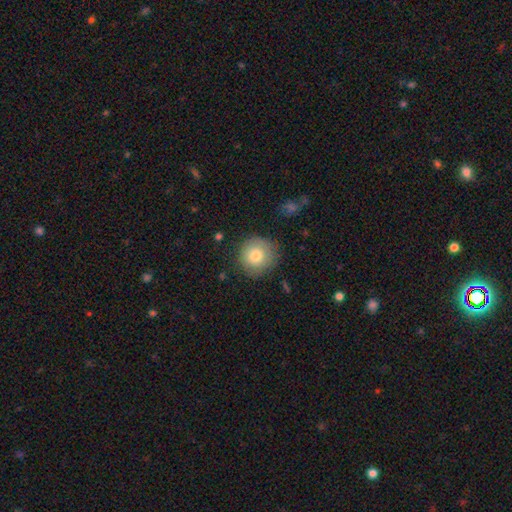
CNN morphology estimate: Smooth or featured? Predicted: smooth (p=0.79). How rounded? Predicted: round (p=0.94). Merging? Predicted: none (p=0.81).